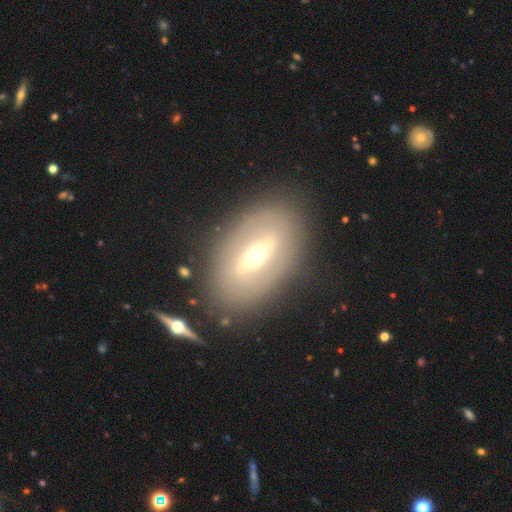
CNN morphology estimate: Smooth or featured: featured or disk — 63% (smooth — 28%)
Edge-on disk: no — 83% (yes — 17%)
Bar: strong — 48% (weak — 33%)
Spiral arms: no — 72% (yes — 28%)
Bulge size: moderate — 61% (small — 30%)
Merging: none — 83% (minor disturbance — 10%)